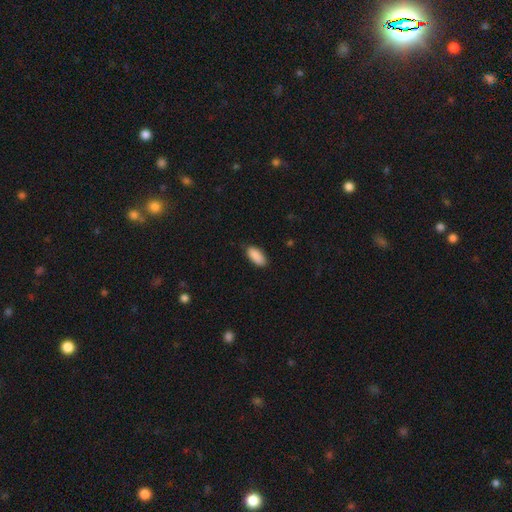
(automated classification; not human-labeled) smooth 90%, star or artifact 6%, featured or disk 3%. Down the decision tree: how rounded — in between (89%); merging — none (85%).